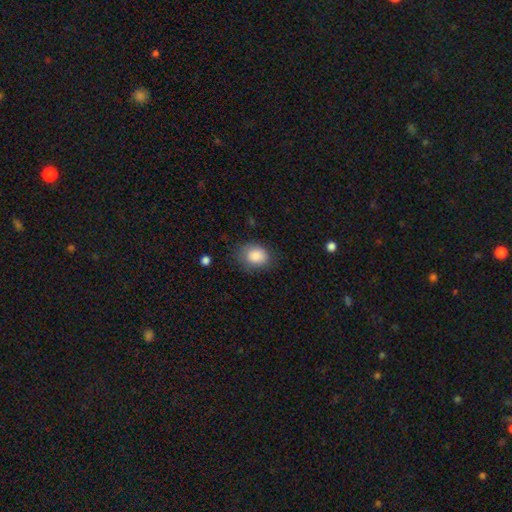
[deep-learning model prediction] smooth-or-featured: smooth: 86% | star or artifact: 8% | featured or disk: 6%
  how-rounded: in between: 56% | round: 43% | cigar-shaped: 1%
  merging: none: 71% | minor disturbance: 21% | major disturbance: 7% | merger: 1%